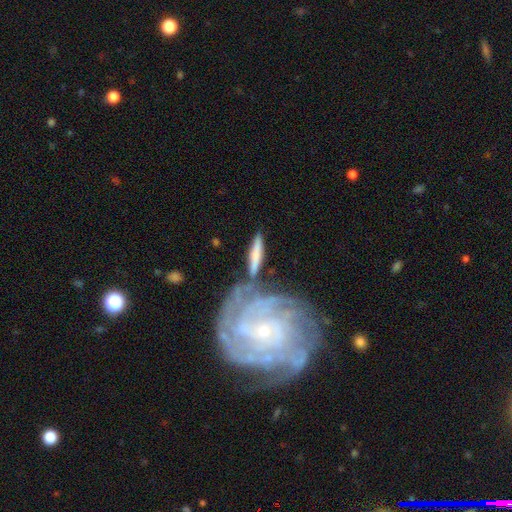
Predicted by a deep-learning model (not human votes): A smooth galaxy with no disk features (56%) that is cigar-shaped (77%). Merging: none (57%).